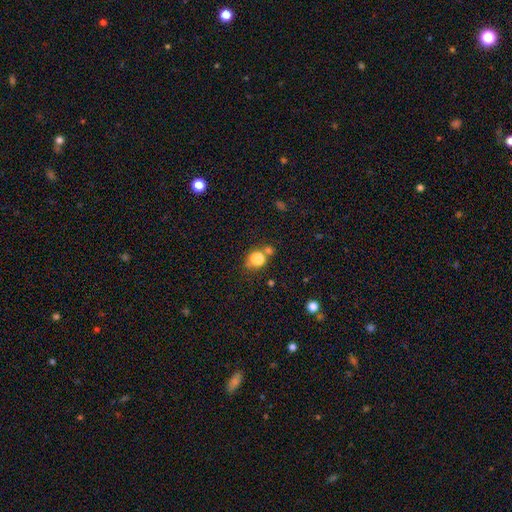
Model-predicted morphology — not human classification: smooth 64%, star or artifact 28%, featured or disk 8%. Down the decision tree: how rounded — round (65%); merging — none (73%).